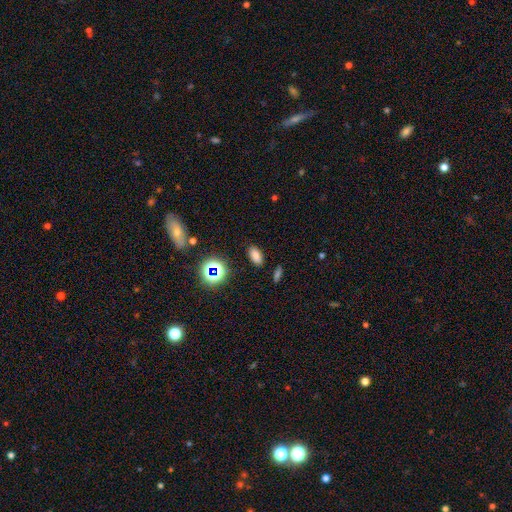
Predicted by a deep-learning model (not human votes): A smooth galaxy with no disk features (73%) that is in between round and cigar-shaped (89%). Merging: none (87%).